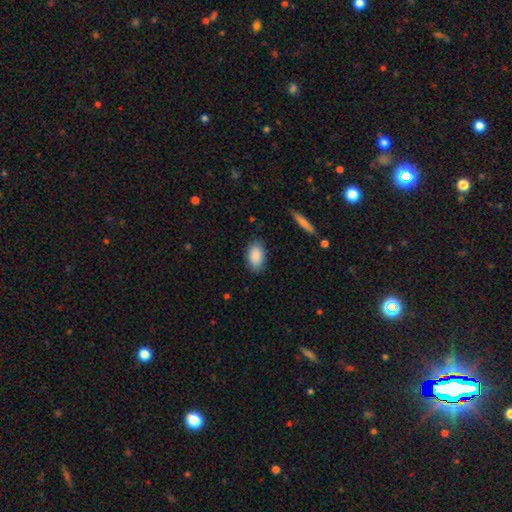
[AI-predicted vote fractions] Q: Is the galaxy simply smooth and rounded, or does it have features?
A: smooth — 87%.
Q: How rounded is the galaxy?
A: in between — 92%.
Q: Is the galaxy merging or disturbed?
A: none — 82%.